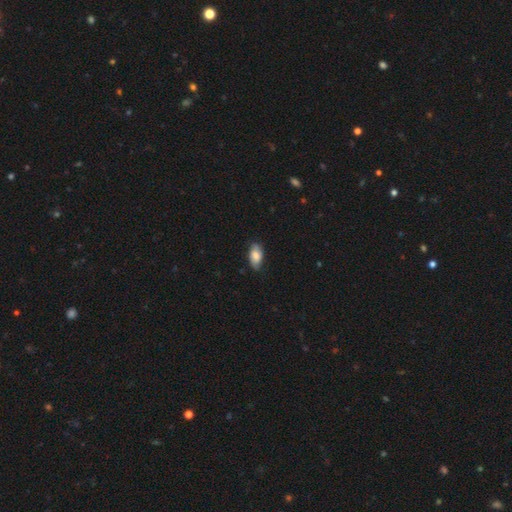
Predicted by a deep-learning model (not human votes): A smooth galaxy with no disk features (76%) that is in between round and cigar-shaped (92%). Merging: none (77%).